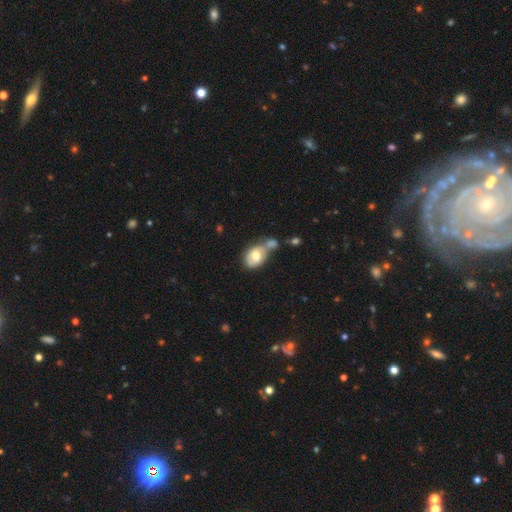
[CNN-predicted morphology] Smooth or featured: smooth — 58% (featured or disk — 35%)
How rounded: in between — 72% (round — 26%)
Merging: merger — 52% (none — 24%)